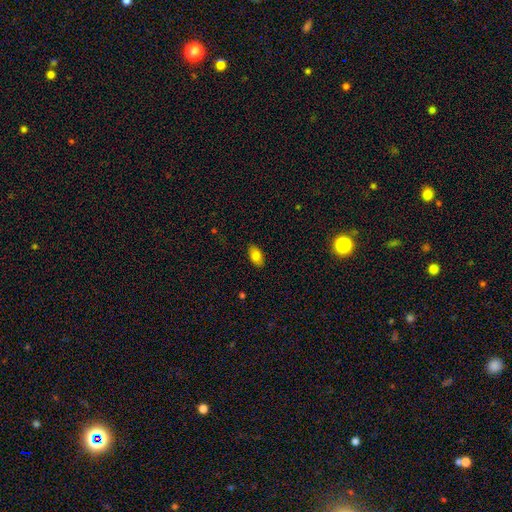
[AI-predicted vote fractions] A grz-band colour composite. It shows a smooth galaxy with no disk features (83%) that is in between round and cigar-shaped (92%). Merging: none (87%).